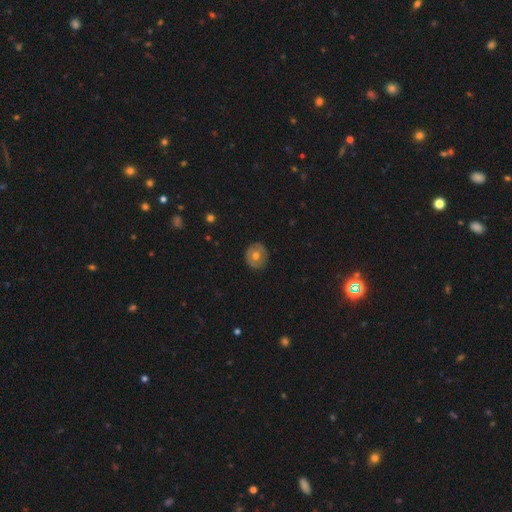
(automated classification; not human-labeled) Morphology: type=smooth (59%); roundness=round (83%); merging=none (85%).